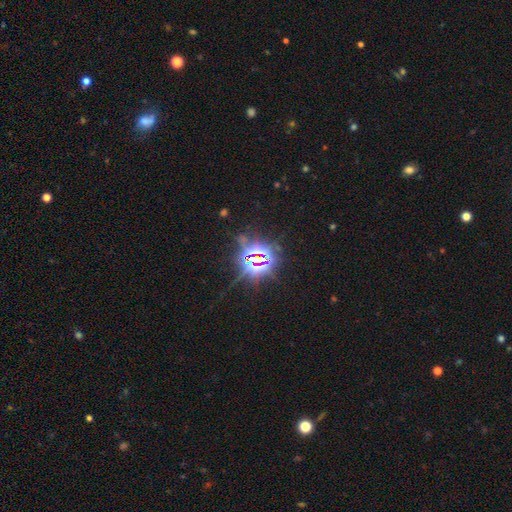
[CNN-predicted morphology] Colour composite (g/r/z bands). It shows a star or artifact, not a galaxy (83%).